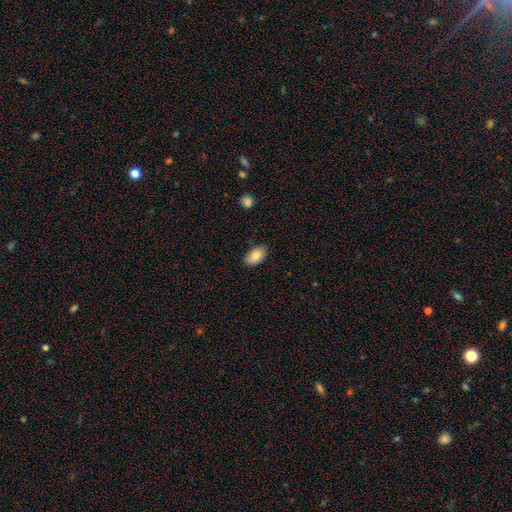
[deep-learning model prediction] Smooth or featured: smooth — 82% (featured or disk — 10%)
How rounded: in between — 93% (round — 6%)
Merging: none — 82% (minor disturbance — 14%)